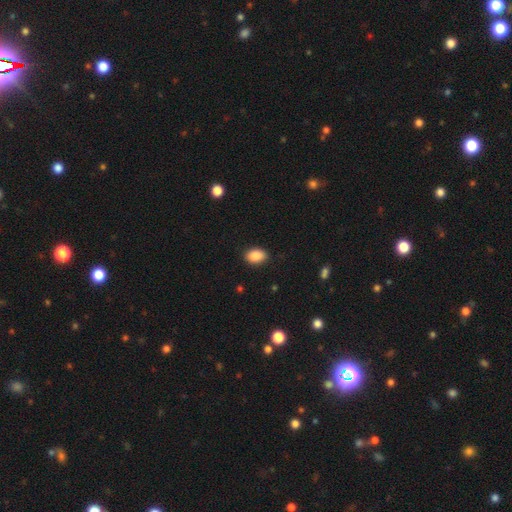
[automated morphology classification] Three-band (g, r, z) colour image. It shows a smooth galaxy with no disk features (89%) that is in between round and cigar-shaped (85%). Merging: none (89%).